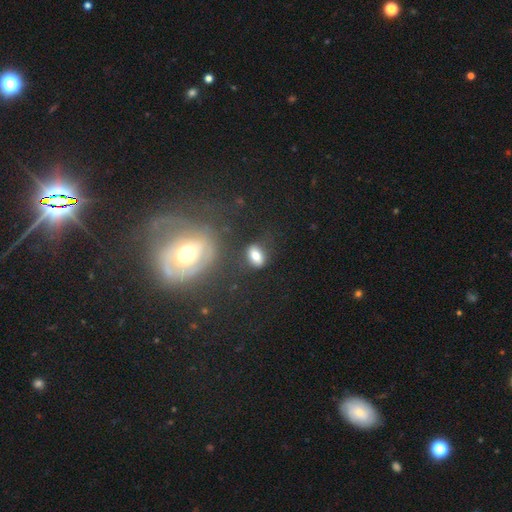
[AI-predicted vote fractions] This is likely a smooth galaxy (77%). How rounded: clearly in between (83%). Merging: likely none (72%).